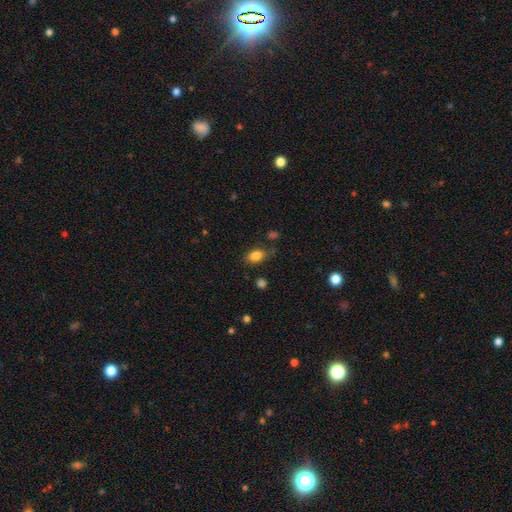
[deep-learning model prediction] Morphology: type=smooth (85%); roundness=in between (84%); merging=none (76%).